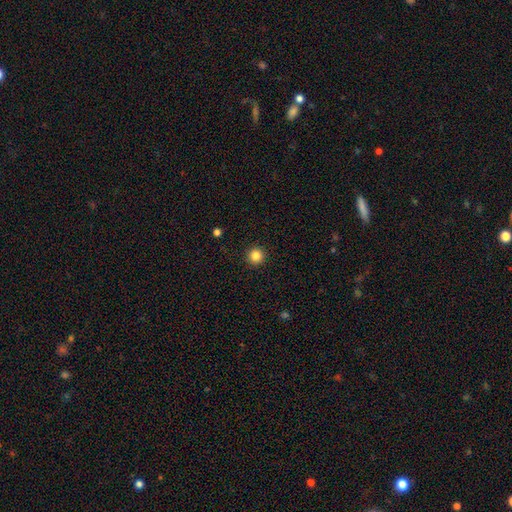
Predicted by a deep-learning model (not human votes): Smooth or featured? Predicted: smooth (p=0.84). How rounded? Predicted: round (p=0.96). Merging? Predicted: none (p=0.94).